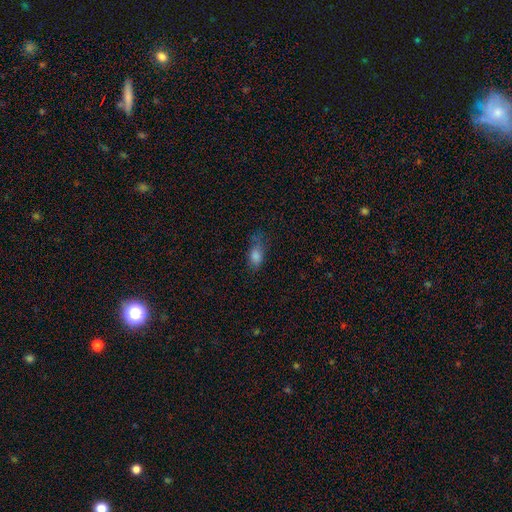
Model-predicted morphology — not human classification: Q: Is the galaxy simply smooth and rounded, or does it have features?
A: smooth — 78%.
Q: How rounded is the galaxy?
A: in between — 81%.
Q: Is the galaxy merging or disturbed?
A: none — 48%.